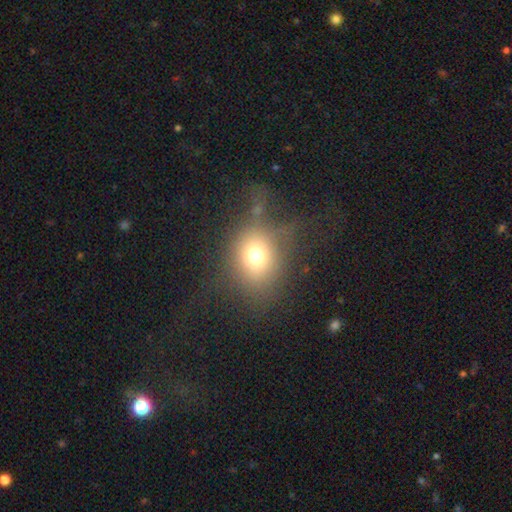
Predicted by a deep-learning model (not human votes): Q: Smooth or featured?
A: smooth (69%); runner-up: star or artifact (16%)
Q: How rounded?
A: round (69%); runner-up: in between (30%)
Q: Merging?
A: none (54%); runner-up: major disturbance (23%)